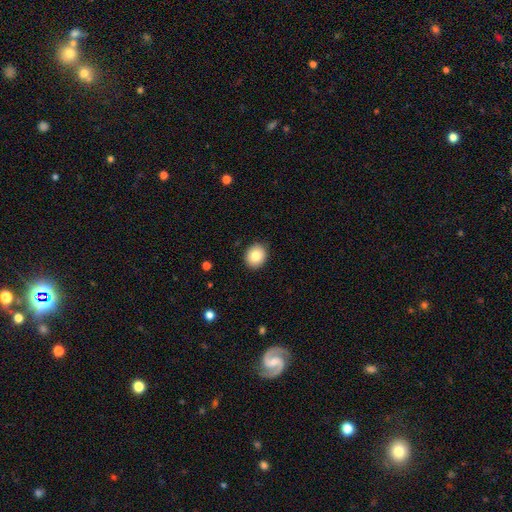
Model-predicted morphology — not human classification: smooth_or_featured: smooth (p=0.83) [alt: star or artifact p=0.09]
how_rounded: round (p=0.72) [alt: in between p=0.27]
merging: none (p=0.90) [alt: minor disturbance p=0.07]